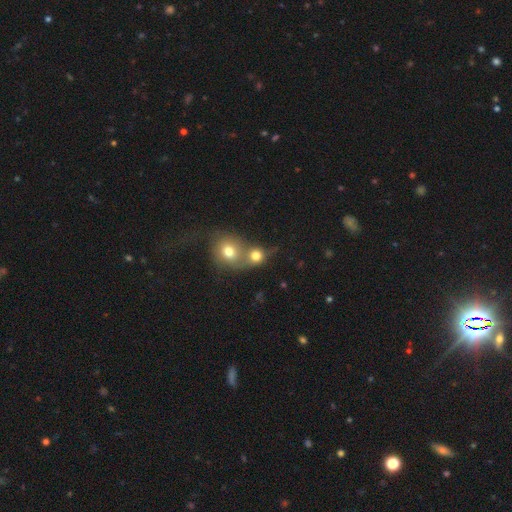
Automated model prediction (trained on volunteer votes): Smooth or featured: smooth — 76% (featured or disk — 13%)
How rounded: round — 81% (in between — 18%)
Merging: merger — 60% (none — 29%)